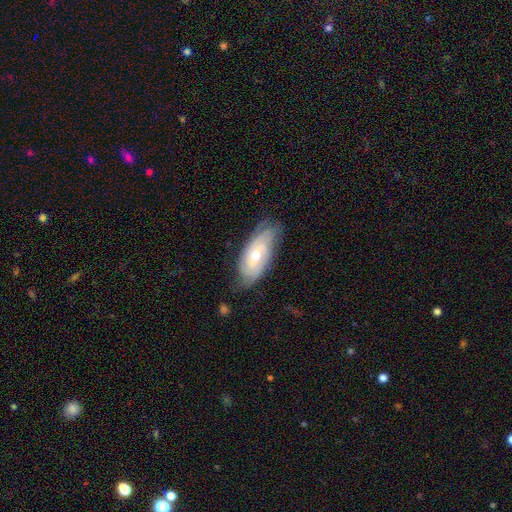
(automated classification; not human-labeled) Overall: featured or disk (72%). Edge-on disk: no (89%). Bar: no (69%). Spiral arms: yes (90%). Spiral arm count: can't tell (42%; 2 28%). Spiral winding: tight (65%; medium 27%). Bulge size: moderate (60%; small 36%). Merging: none (72%).